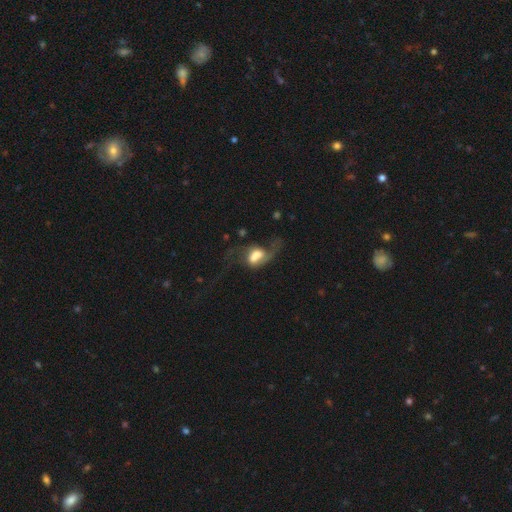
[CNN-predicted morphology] Smooth or featured? Predicted: featured or disk (p=0.59). Edge-on disk? Predicted: no (p=0.95). Bar? Predicted: no (p=0.41, tied with weak). Spiral arms? Predicted: yes (p=0.79). Bulge size? Predicted: large (p=0.41). Merging? Predicted: major disturbance (p=0.43).